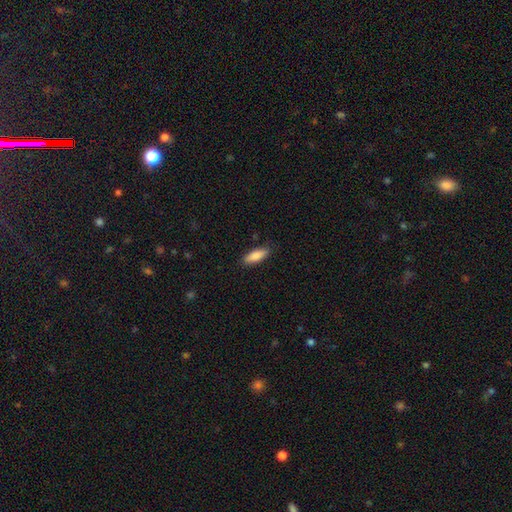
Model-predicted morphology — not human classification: Smooth or featured? Predicted: smooth (p=0.84). How rounded? Predicted: in between (p=0.59). Merging? Predicted: none (p=0.86).